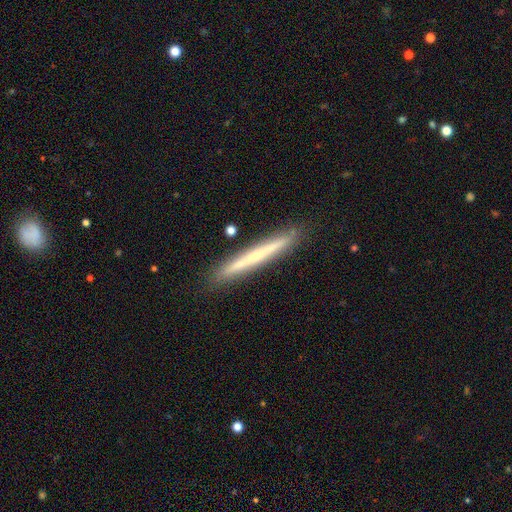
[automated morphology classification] Smooth or featured? Predicted: featured or disk (p=0.47). Merging? Predicted: none (p=0.89).